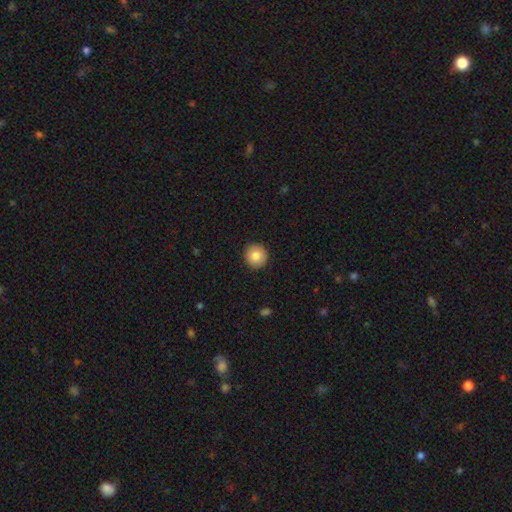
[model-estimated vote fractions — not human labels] smooth 81%, featured or disk 11%, star or artifact 8%. Down the decision tree: how rounded — round (95%); merging — none (92%).